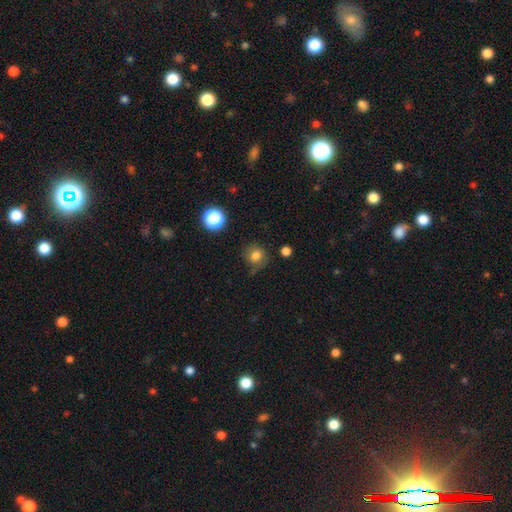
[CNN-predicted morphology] This appears to be a smooth galaxy with no disk features (79%) that is round (86%). Merging: none (68%).